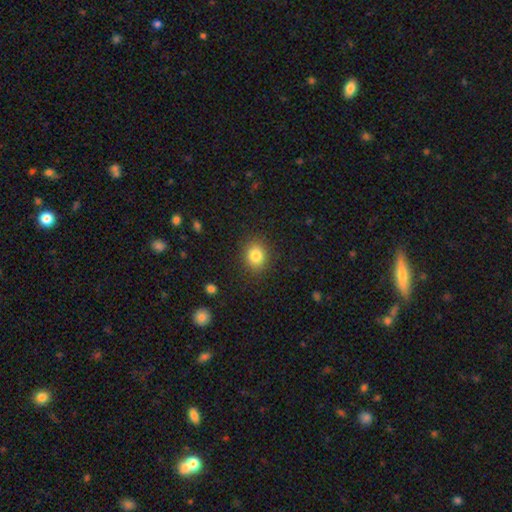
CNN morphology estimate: smooth_or_featured: smooth (p=0.83) [alt: star or artifact p=0.10]
how_rounded: round (p=0.69) [alt: in between p=0.30]
merging: none (p=0.87) [alt: minor disturbance p=0.09]